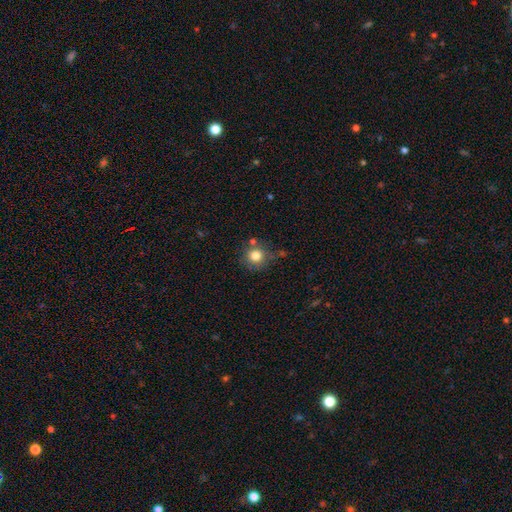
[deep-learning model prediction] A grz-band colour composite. It shows a smooth galaxy with no disk features (80%) that is round (92%). Merging: none (73%).